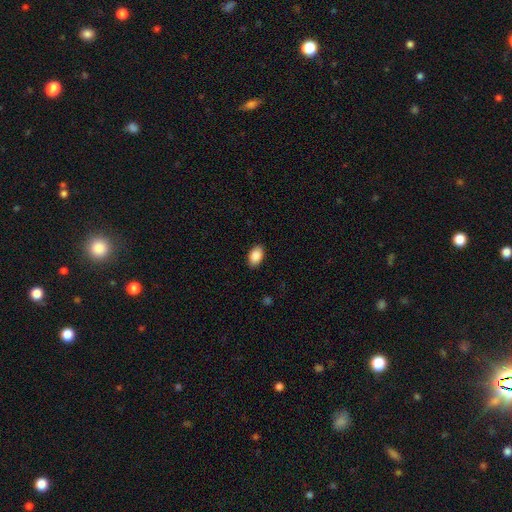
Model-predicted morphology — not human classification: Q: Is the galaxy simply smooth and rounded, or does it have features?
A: smooth — 89%.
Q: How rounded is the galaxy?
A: in between — 93%.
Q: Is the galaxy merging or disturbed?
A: none — 89%.